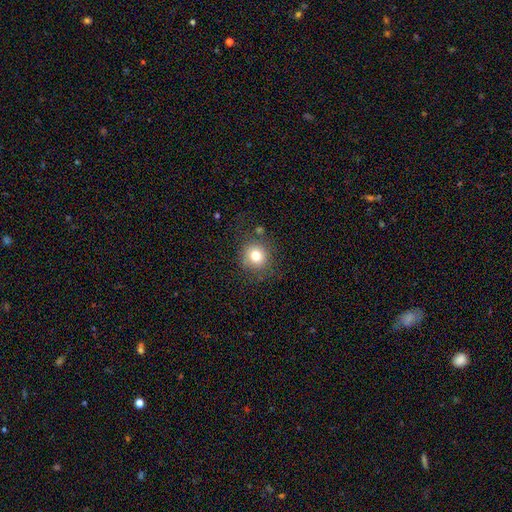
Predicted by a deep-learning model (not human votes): smooth 76%, star or artifact 13%, featured or disk 11%. Down the decision tree: how rounded — round (90%); merging — none (78%).